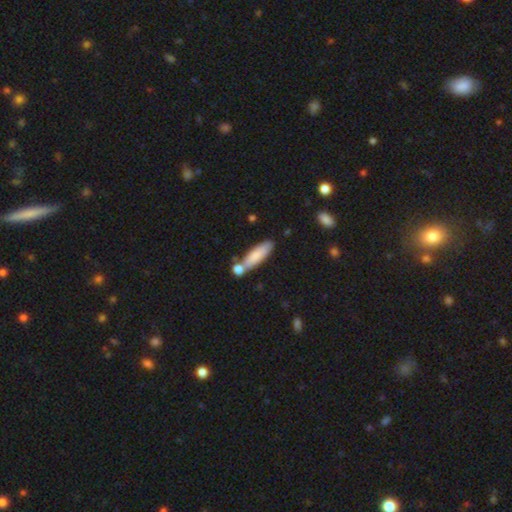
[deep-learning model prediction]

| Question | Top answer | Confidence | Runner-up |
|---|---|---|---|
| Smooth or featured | smooth | 81% | featured or disk (13%) |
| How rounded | cigar-shaped | 61% | in between (37%) |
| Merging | none | 66% | merger (17%) |